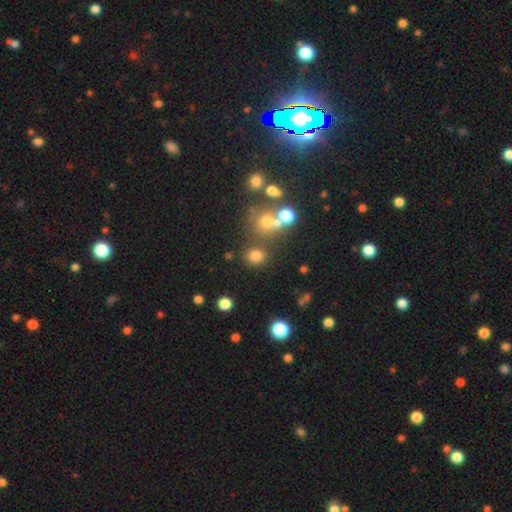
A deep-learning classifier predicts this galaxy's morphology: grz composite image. It shows a smooth galaxy with no disk features (75%) that is round (74%). Merging: none (75%).